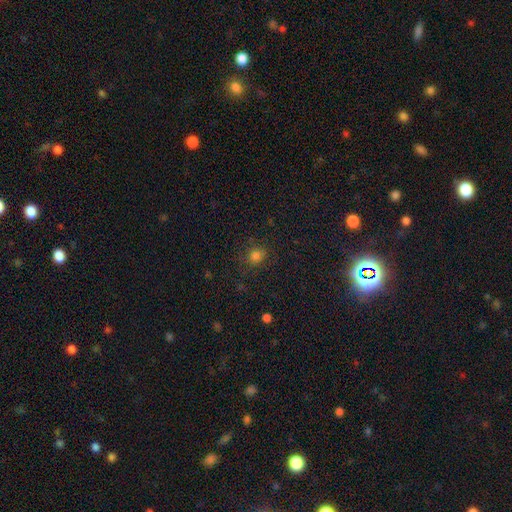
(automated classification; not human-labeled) A smooth galaxy with no disk features (77%) that is round (75%). Merging: none (78%).